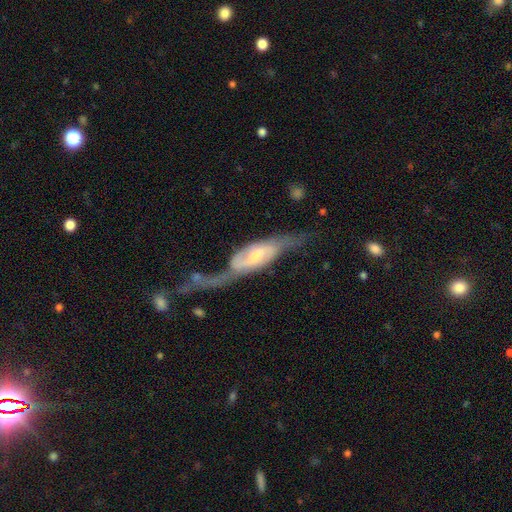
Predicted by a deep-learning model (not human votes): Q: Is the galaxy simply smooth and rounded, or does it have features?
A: featured or disk — 78%.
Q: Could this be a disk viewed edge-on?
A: no — 81%.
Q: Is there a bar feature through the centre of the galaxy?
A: weak — 45%.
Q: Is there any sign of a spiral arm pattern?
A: yes — 87%.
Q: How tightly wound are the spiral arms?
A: loose — 63%.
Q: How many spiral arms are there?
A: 2 — 81%.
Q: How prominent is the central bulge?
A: moderate — 48%.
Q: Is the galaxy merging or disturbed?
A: major disturbance — 42%.